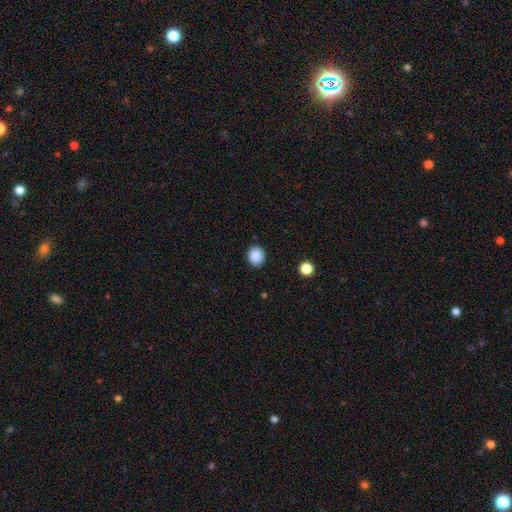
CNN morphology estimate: Q: Smooth or featured?
A: smooth (88%); runner-up: star or artifact (9%)
Q: How rounded?
A: round (79%); runner-up: in between (20%)
Q: Merging?
A: none (90%); runner-up: minor disturbance (7%)